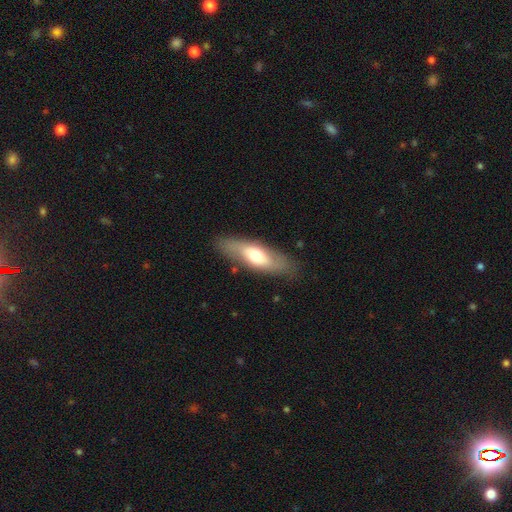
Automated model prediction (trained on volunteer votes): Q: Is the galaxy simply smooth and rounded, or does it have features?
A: smooth — 57%.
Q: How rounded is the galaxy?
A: in between — 64%.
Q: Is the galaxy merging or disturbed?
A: none — 82%.